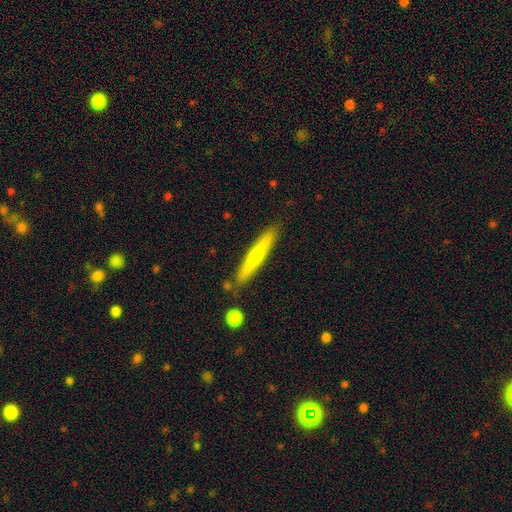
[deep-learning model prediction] A featured or disk galaxy (48%).

Vote fractions:
- Smooth or featured? featured or disk: 48% / smooth: 45% / star or artifact: 7%
- Merging? none: 87% / minor disturbance: 9% / merger: 2% / major disturbance: 2%